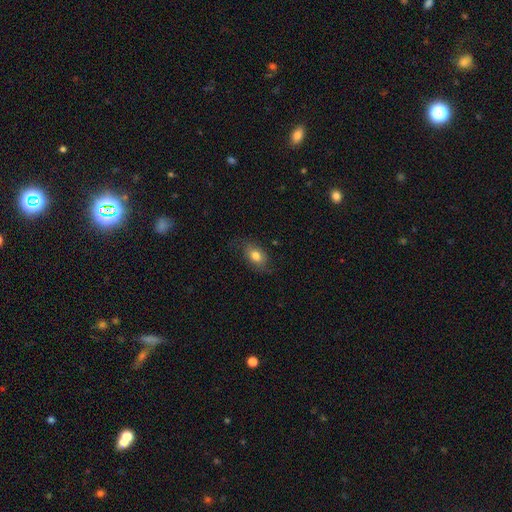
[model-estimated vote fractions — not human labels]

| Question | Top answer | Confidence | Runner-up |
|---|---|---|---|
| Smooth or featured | smooth | 76% | featured or disk (15%) |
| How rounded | in between | 82% | round (15%) |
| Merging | none | 70% | minor disturbance (21%) |